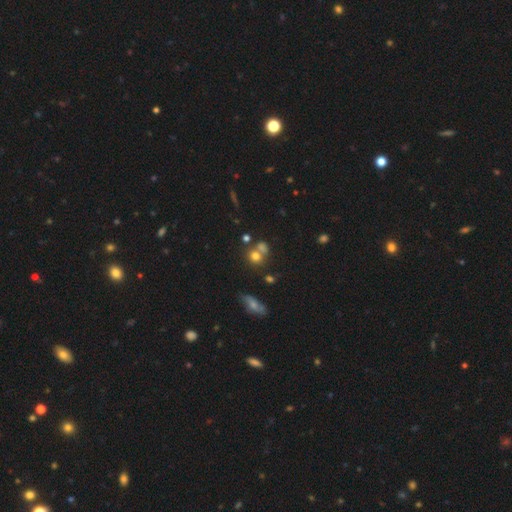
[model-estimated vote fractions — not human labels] Morphology: type=smooth (71%); roundness=round (77%); merging=none (50%).